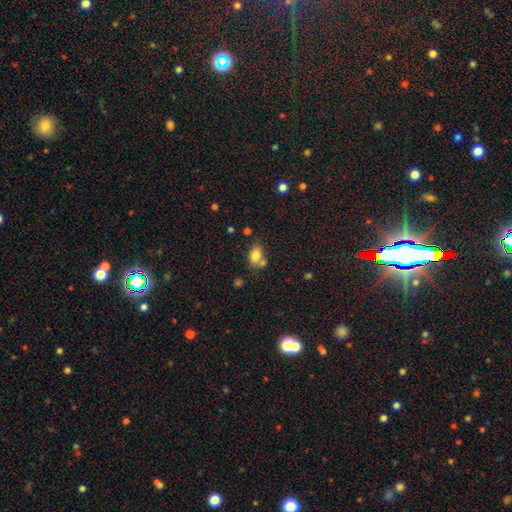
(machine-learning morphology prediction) This appears to be a smooth galaxy with no disk features (81%) that is in between round and cigar-shaped (81%). Merging: none (56%).